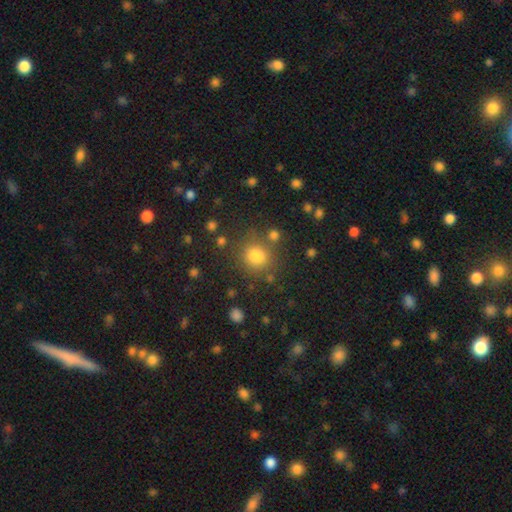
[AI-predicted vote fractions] A smooth galaxy with no disk features (79%) that is round (81%). Merging: none (79%).